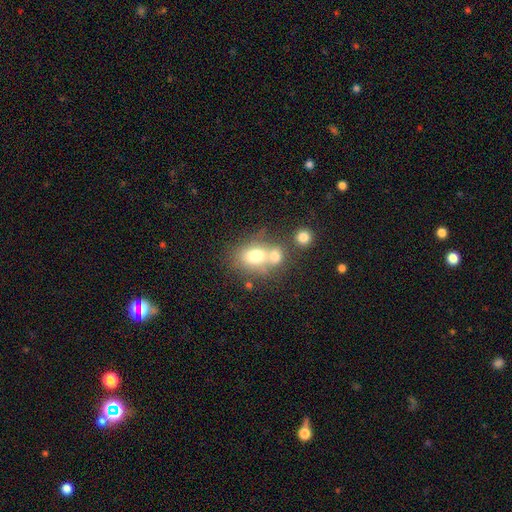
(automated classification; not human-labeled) smooth-or-featured: smooth: 72% | featured or disk: 17% | star or artifact: 11%
  how-rounded: in between: 64% | round: 34% | cigar-shaped: 2%
  merging: merger: 48% | none: 37% | minor disturbance: 10% | major disturbance: 5%